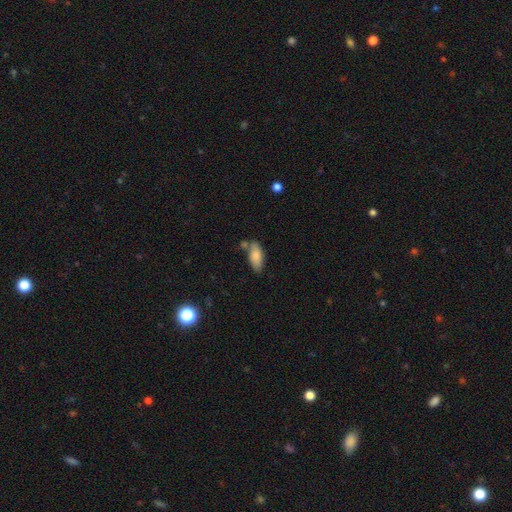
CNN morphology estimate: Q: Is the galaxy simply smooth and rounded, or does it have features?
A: smooth — 83%.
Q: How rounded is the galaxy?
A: in between — 83%.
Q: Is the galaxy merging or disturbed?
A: none — 61%.